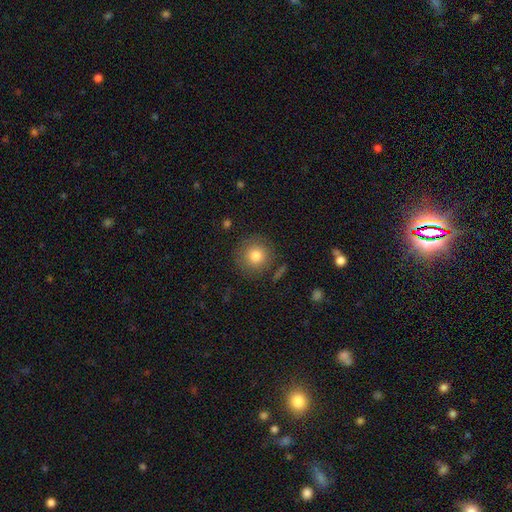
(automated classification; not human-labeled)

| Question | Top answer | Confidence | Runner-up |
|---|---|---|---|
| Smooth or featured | smooth | 80% | featured or disk (10%) |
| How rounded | round | 94% | in between (5%) |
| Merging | none | 85% | minor disturbance (9%) |